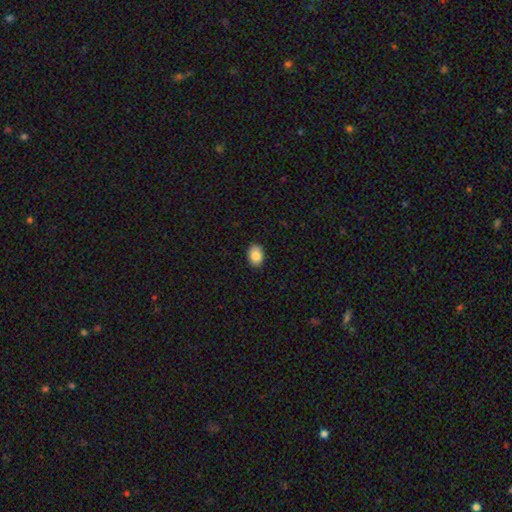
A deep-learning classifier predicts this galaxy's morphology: A smooth galaxy with no disk features (87%) that is in between round and cigar-shaped (76%). Merging: none (89%).